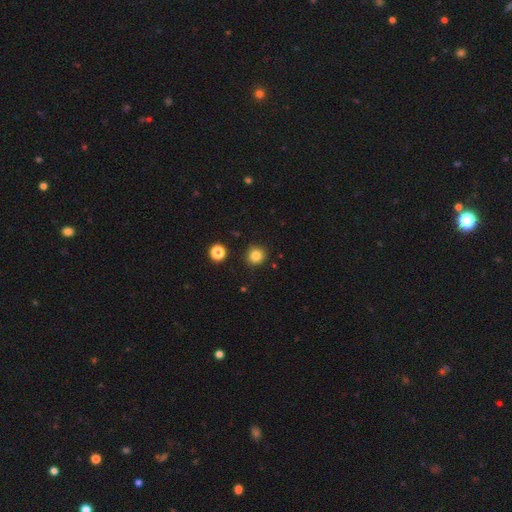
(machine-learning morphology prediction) Smooth or featured?
  - smooth: 83% *
  - star or artifact: 12%
  - featured or disk: 5%
How rounded?
  - round: 92% *
  - in between: 7%
  - cigar-shaped: 1%
Merging?
  - none: 89% *
  - minor disturbance: 7%
  - major disturbance: 2%
  - merger: 2%